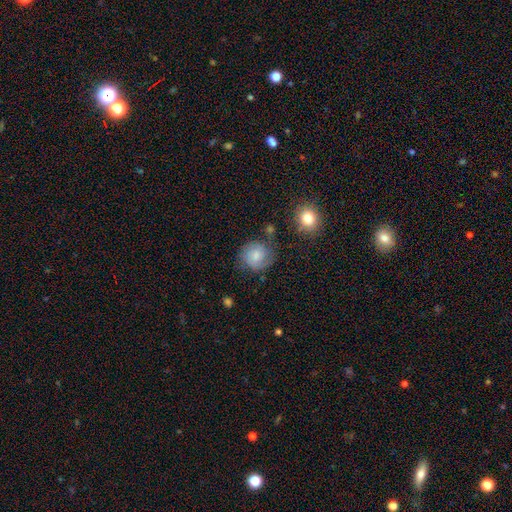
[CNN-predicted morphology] Q: Smooth or featured?
A: smooth (67%); runner-up: featured or disk (24%)
Q: How rounded?
A: round (85%); runner-up: in between (14%)
Q: Merging?
A: none (66%); runner-up: minor disturbance (21%)